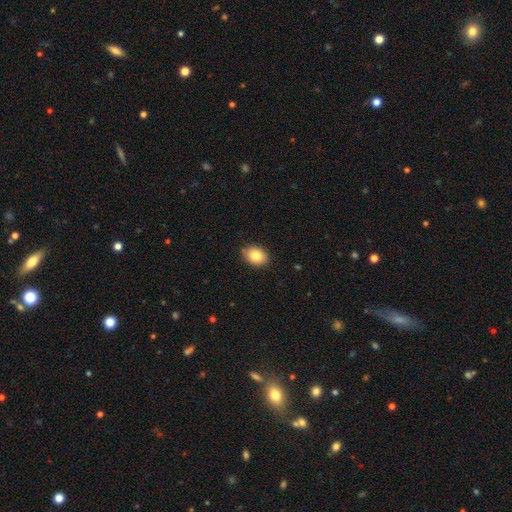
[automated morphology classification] This is clearly a smooth galaxy (83%). How rounded: likely in between (67%). Merging: clearly none (86%).